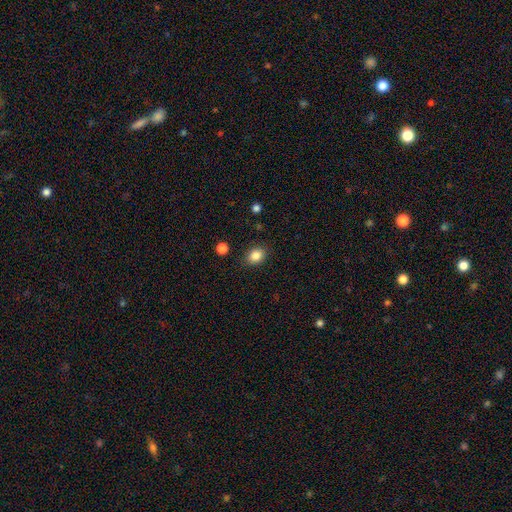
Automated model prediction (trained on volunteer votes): smooth-or-featured: smooth: 85% | star or artifact: 10% | featured or disk: 5%
  how-rounded: in between: 50% | round: 49% | cigar-shaped: 1%
  merging: none: 87% | minor disturbance: 9% | major disturbance: 2% | merger: 2%